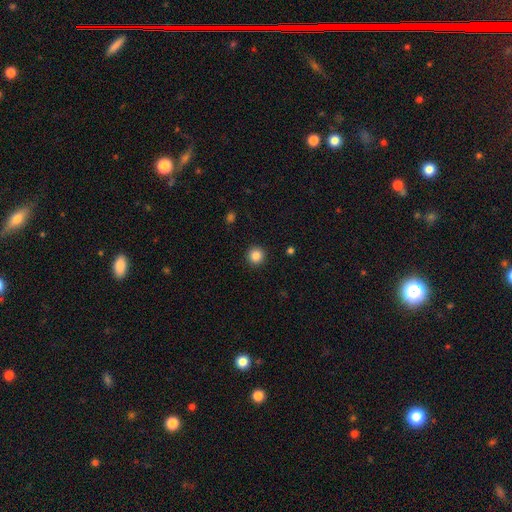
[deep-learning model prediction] Smooth or featured: smooth — 86% (star or artifact — 10%)
How rounded: round — 95% (in between — 4%)
Merging: none — 93% (minor disturbance — 4%)